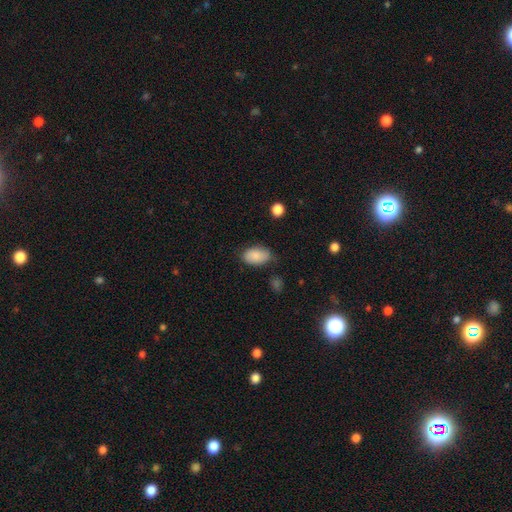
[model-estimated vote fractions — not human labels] Overall: smooth (84%). How rounded: in between (92%). Merging: none (69%).